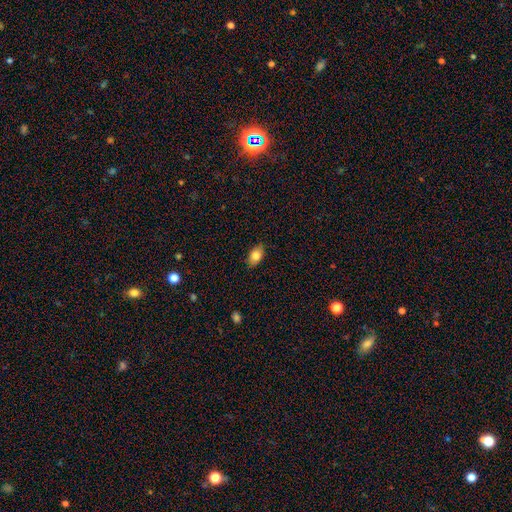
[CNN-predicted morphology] Smooth or featured?
  - smooth: 81% *
  - featured or disk: 11%
  - star or artifact: 8%
How rounded?
  - in between: 89% *
  - round: 8%
  - cigar-shaped: 3%
Merging?
  - none: 86% *
  - minor disturbance: 11%
  - major disturbance: 2%
  - merger: 1%